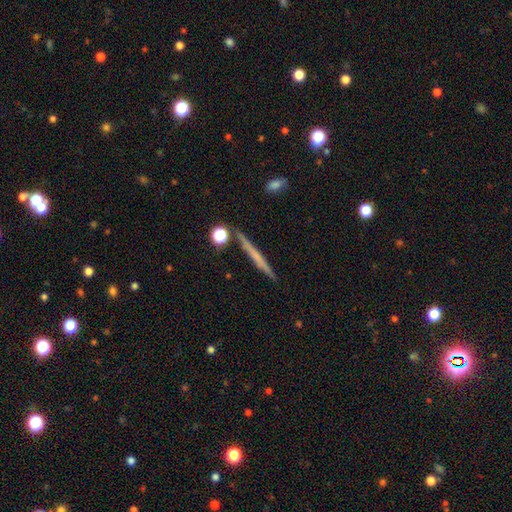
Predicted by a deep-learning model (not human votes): Morphology: type=featured or disk (48%); merging=none (88%).